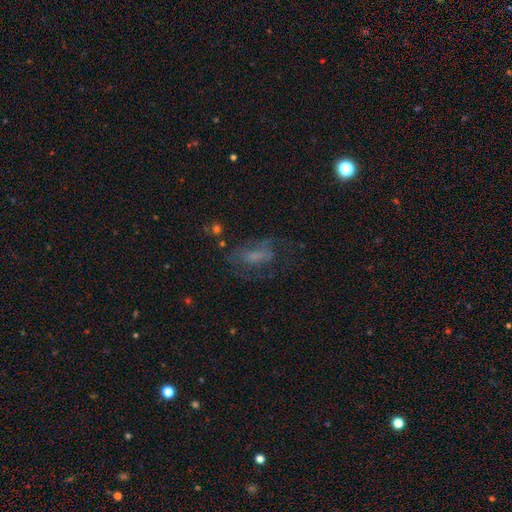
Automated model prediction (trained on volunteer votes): Smooth or featured? Predicted: featured or disk (p=0.48). Merging? Predicted: none (p=0.46).